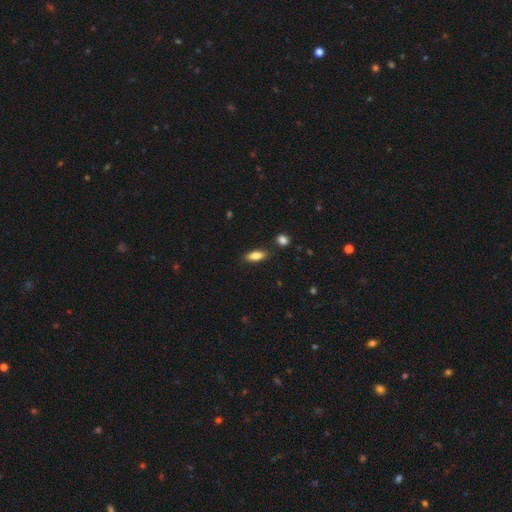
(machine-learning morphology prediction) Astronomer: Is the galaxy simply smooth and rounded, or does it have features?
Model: smooth — 80%.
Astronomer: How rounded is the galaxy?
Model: in between — 71%.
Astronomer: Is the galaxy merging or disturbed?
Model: none — 84%.